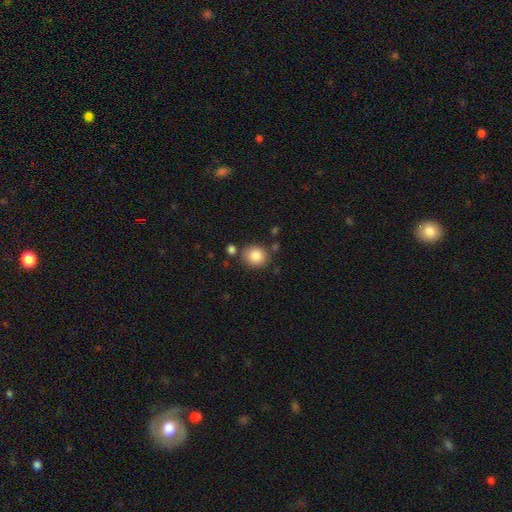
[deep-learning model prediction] Smooth or featured: smooth — 86% (star or artifact — 9%)
How rounded: round — 80% (in between — 19%)
Merging: none — 76% (minor disturbance — 13%)